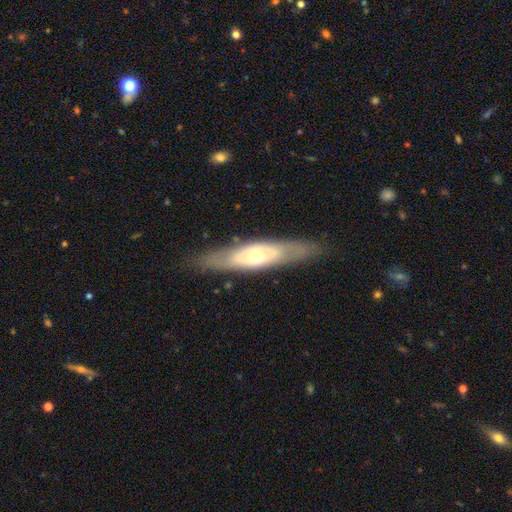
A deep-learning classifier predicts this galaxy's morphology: A featured or disk galaxy (58%).

Vote fractions:
- Smooth or featured? featured or disk: 58% / smooth: 36% / star or artifact: 6%
- Edge-on disk? no: 53% / yes: 47%
- Merging? none: 82% / minor disturbance: 12% / major disturbance: 4% / merger: 1%